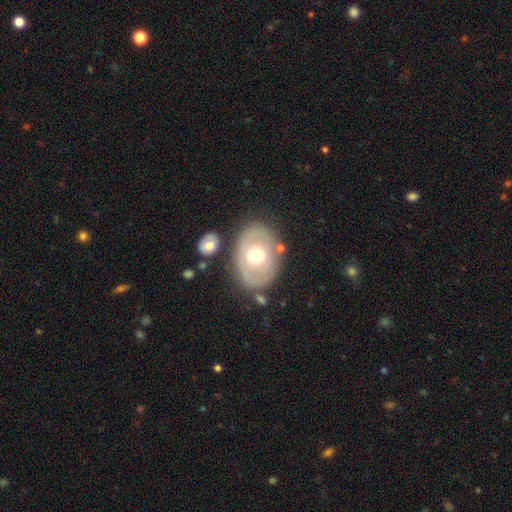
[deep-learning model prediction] Morphology: type=featured or disk (49%); merging=none (72%).